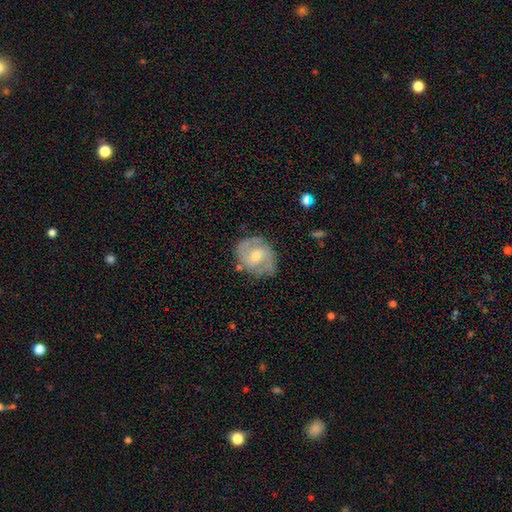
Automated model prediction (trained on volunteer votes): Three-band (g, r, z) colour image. It shows a featured or disk galaxy (76%) with no bar (49%), 2 (83%) medium (51%) spiral arms (91%) and a moderate central bulge (51%). Merging: none (73%).